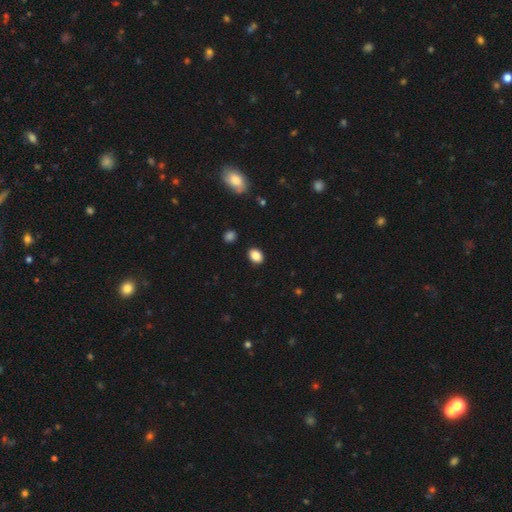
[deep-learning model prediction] Smooth or featured? Predicted: smooth (p=0.87). How rounded? Predicted: in between (p=0.71). Merging? Predicted: none (p=0.89).